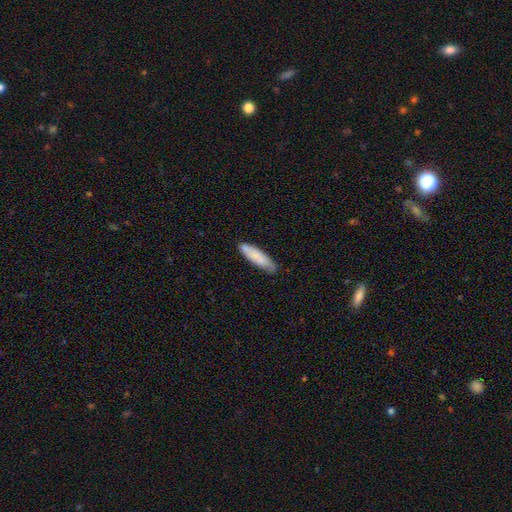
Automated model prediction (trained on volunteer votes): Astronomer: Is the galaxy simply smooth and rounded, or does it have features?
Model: smooth — 75%.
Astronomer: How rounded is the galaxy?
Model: cigar-shaped — 68%.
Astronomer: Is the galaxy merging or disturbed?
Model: none — 75%.